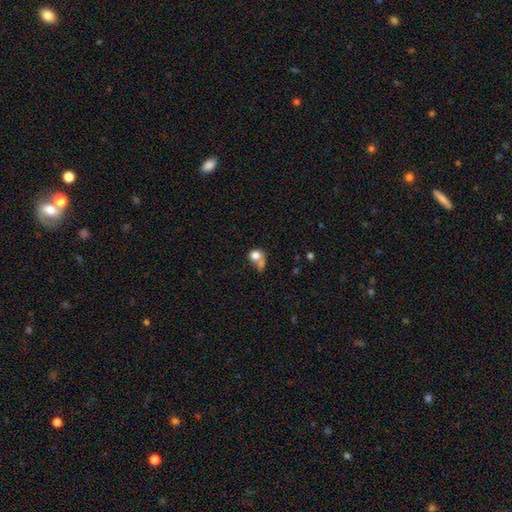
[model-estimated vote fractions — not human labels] Smooth or featured: smooth — 76% (featured or disk — 13%)
How rounded: round — 71% (in between — 27%)
Merging: merger — 41% (none — 30%)